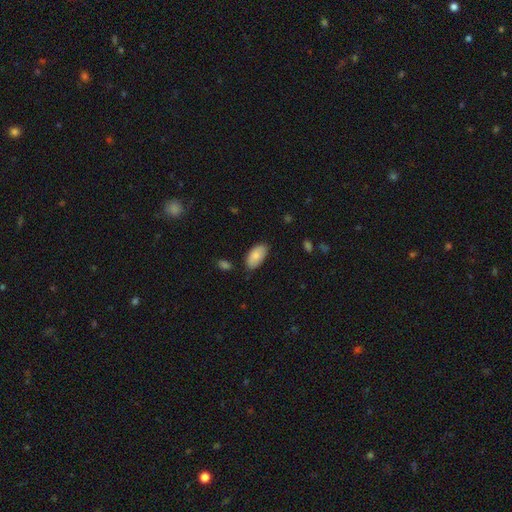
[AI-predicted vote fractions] This is clearly a smooth galaxy (84%). How rounded: clearly in between (95%). Merging: likely none (79%).